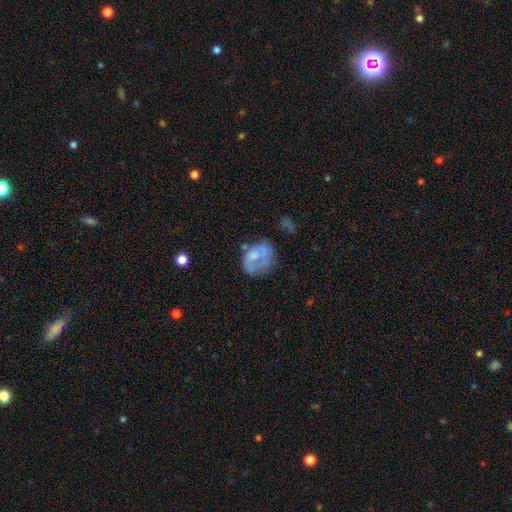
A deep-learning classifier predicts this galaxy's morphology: Smooth or featured? featured or disk (48%)
Merging? none (40%)